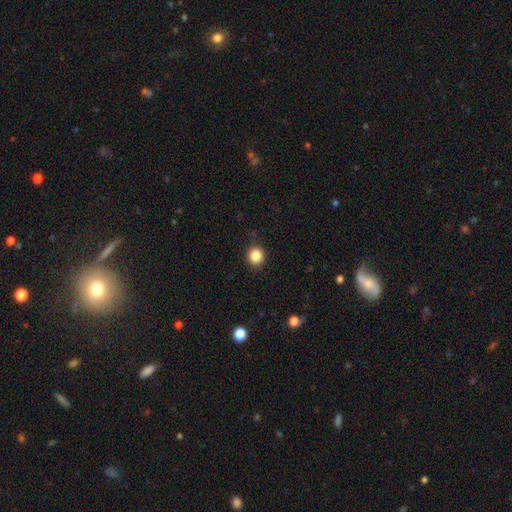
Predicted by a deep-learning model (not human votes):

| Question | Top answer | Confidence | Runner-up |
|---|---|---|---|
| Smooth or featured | smooth | 86% | star or artifact (10%) |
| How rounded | round | 82% | in between (17%) |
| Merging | none | 89% | minor disturbance (8%) |